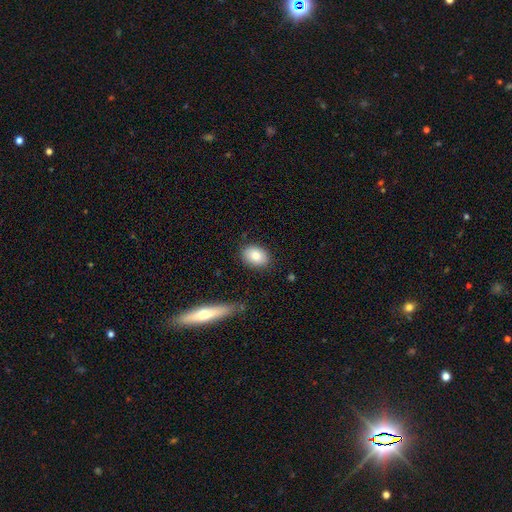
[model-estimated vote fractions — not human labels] smooth-or-featured: smooth: 83% | featured or disk: 10% | star or artifact: 8%
  how-rounded: in between: 77% | round: 22% | cigar-shaped: 1%
  merging: none: 85% | minor disturbance: 10% | major disturbance: 3% | merger: 2%